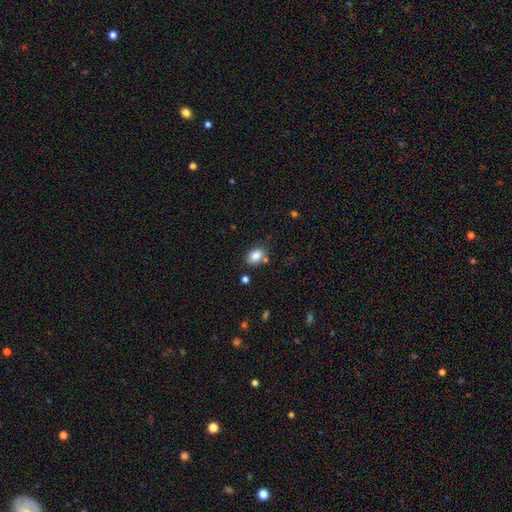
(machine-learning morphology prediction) smooth_or_featured: smooth (p=0.85) [alt: star or artifact p=0.09]
how_rounded: in between (p=0.78) [alt: round p=0.20]
merging: none (p=0.73) [alt: minor disturbance p=0.15]